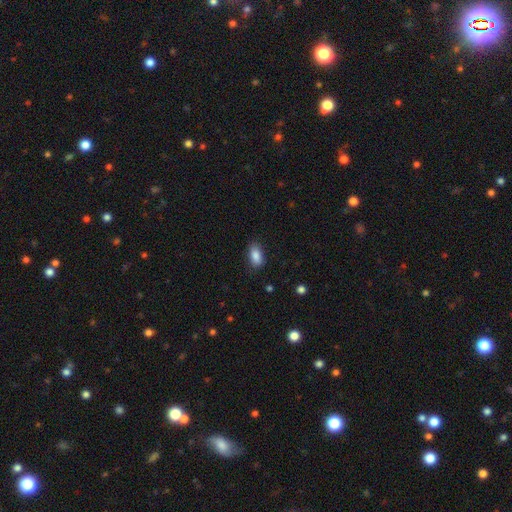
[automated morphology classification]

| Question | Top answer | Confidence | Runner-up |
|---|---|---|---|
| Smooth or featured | smooth | 87% | star or artifact (8%) |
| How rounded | in between | 92% | round (5%) |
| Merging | none | 83% | minor disturbance (13%) |